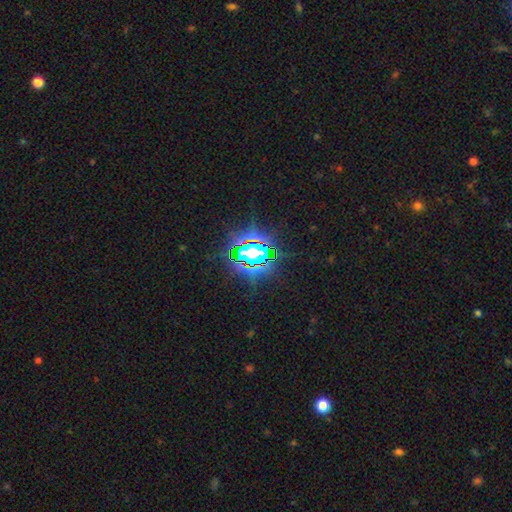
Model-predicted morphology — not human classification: smooth-or-featured: star or artifact: 81% | smooth: 11% | featured or disk: 8%